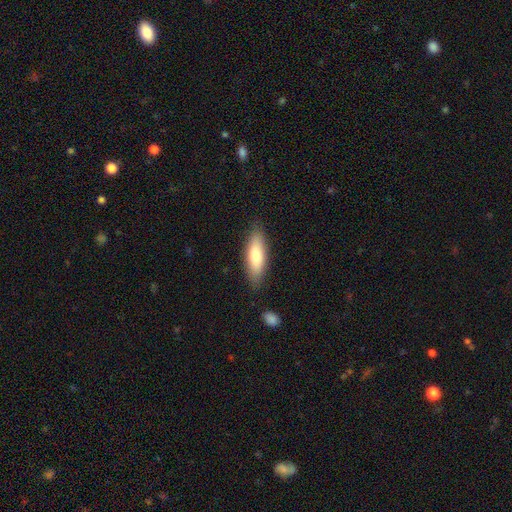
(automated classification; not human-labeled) The model was most divided on "how rounded": cigar-shaped: 50%, in between: 49%, round: 2%. More confident: merging — none (84%); smooth or featured — smooth (74%).